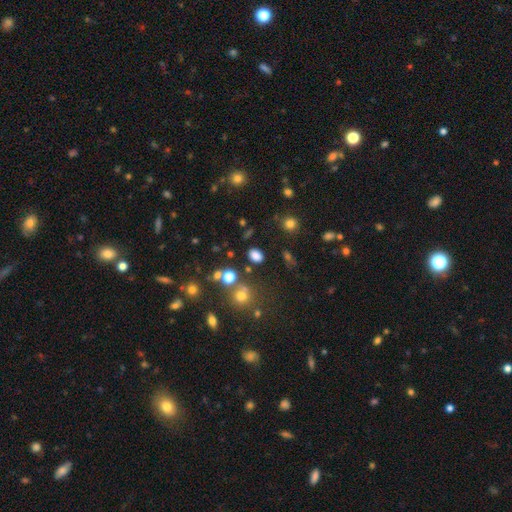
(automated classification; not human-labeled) A smooth galaxy with no disk features (78%) that is in between round and cigar-shaped (77%).

Vote fractions:
- Smooth or featured? smooth: 78% / star or artifact: 16% / featured or disk: 6%
- How rounded? in between: 77% / round: 21% / cigar-shaped: 1%
- Merging? none: 81% / minor disturbance: 10% / merger: 5% / major disturbance: 4%